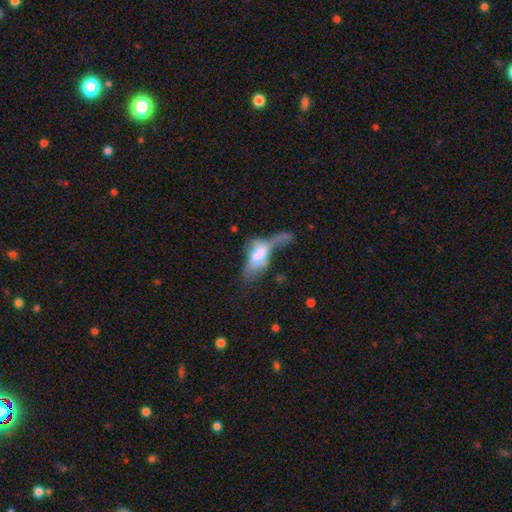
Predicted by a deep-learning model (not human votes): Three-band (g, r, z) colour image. It shows a smooth galaxy with no disk features (45%, tied with featured or disk). Merging: major disturbance (44%).